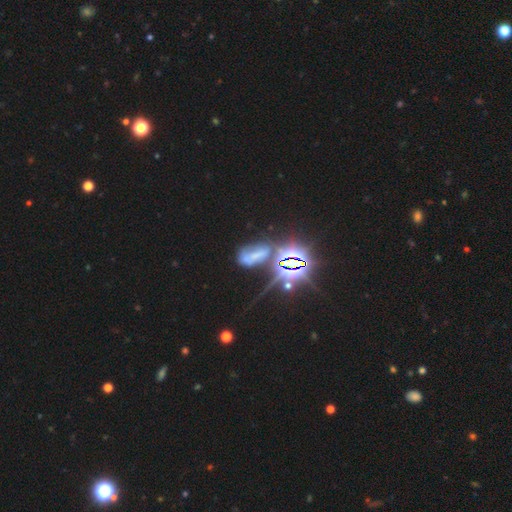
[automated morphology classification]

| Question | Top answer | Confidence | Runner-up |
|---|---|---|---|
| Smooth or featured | star or artifact | 47% | smooth (28%) |